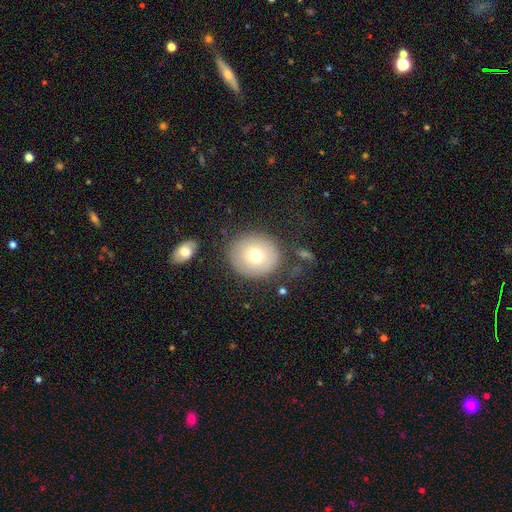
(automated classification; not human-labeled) Smooth or featured?
  - smooth: 73% *
  - featured or disk: 18%
  - star or artifact: 9%
How rounded?
  - round: 85% *
  - in between: 14%
  - cigar-shaped: 1%
Merging?
  - none: 79% *
  - minor disturbance: 12%
  - major disturbance: 5%
  - merger: 4%